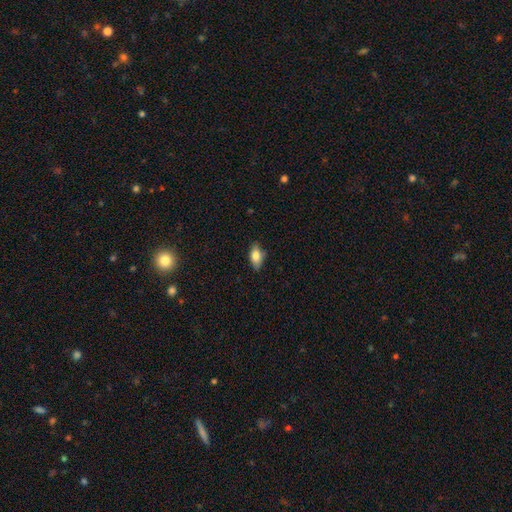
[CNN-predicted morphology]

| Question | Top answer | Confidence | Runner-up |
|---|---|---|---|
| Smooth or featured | smooth | 75% | featured or disk (17%) |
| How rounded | in between | 87% | cigar-shaped (7%) |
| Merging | none | 77% | minor disturbance (19%) |